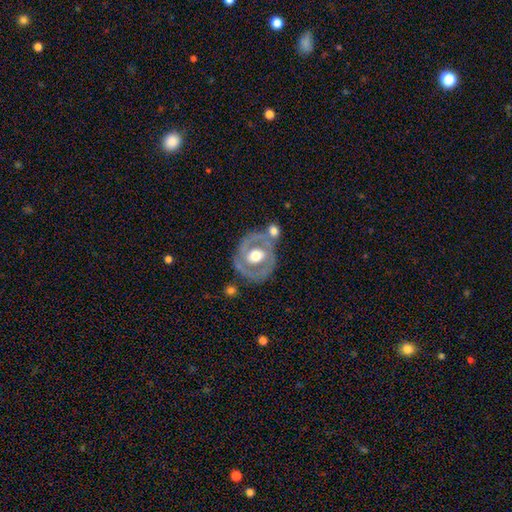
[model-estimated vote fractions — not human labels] smooth_or_featured: featured or disk (p=0.69) [alt: smooth p=0.25]
disk_edge_on: no (p=0.96) [alt: yes p=0.04]
bar: no (p=0.64) [alt: weak p=0.25]
has_spiral_arms: no (p=0.56) [alt: yes p=0.44]
bulge_size: moderate (p=0.60) [alt: large p=0.32]
merging: none (p=0.58) [alt: minor disturbance p=0.18]